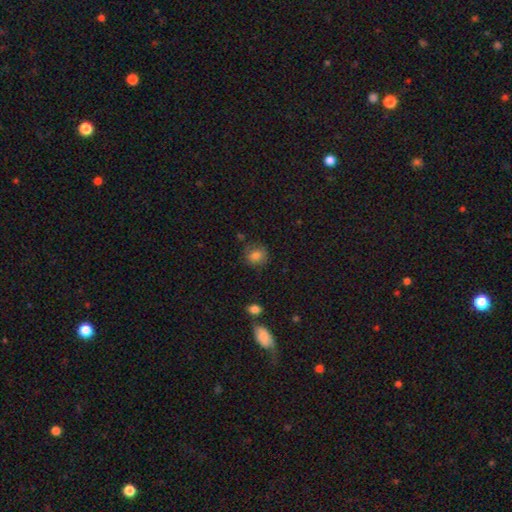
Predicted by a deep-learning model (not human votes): Q: Smooth or featured?
A: smooth (80%); runner-up: star or artifact (10%)
Q: How rounded?
A: round (79%); runner-up: in between (20%)
Q: Merging?
A: none (77%); runner-up: minor disturbance (16%)